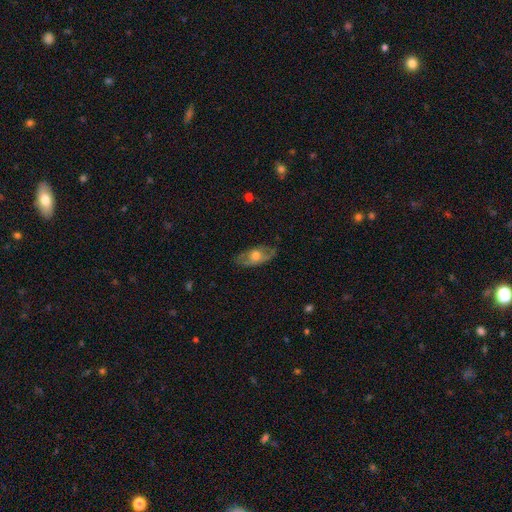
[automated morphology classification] Smooth or featured: featured or disk — 49% (smooth — 44%)
Merging: none — 72% (minor disturbance — 20%)